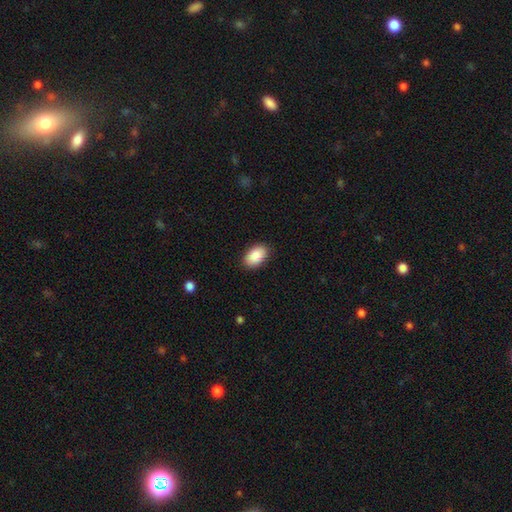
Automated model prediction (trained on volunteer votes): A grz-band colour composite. It shows a smooth galaxy with no disk features (88%) that is in between round and cigar-shaped (93%). Merging: none (89%).